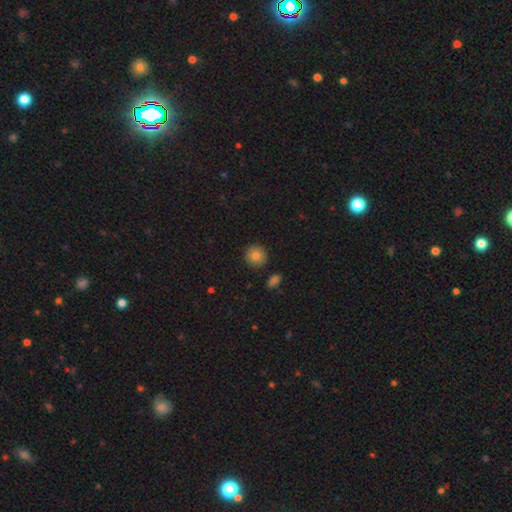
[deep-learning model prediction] Smooth or featured: smooth — 81% (featured or disk — 10%)
How rounded: round — 94% (in between — 5%)
Merging: none — 90% (minor disturbance — 6%)